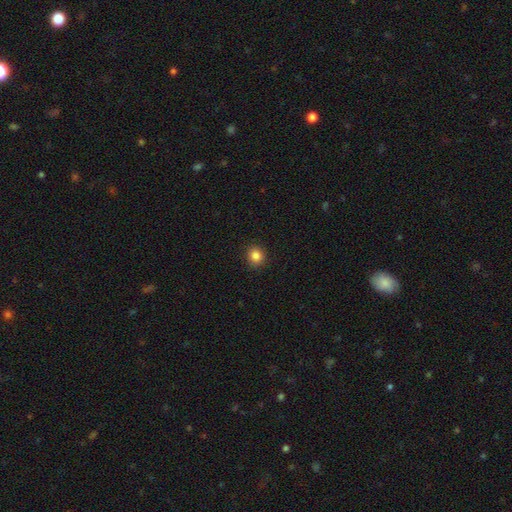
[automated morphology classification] Overall: smooth (85%). How rounded: round (86%). Merging: none (91%).